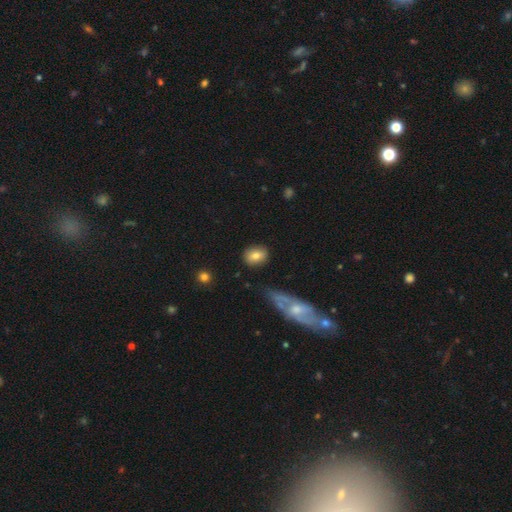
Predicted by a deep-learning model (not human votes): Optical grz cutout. It shows a smooth galaxy with no disk features (79%) that is in between round and cigar-shaped (52%). Merging: none (84%).